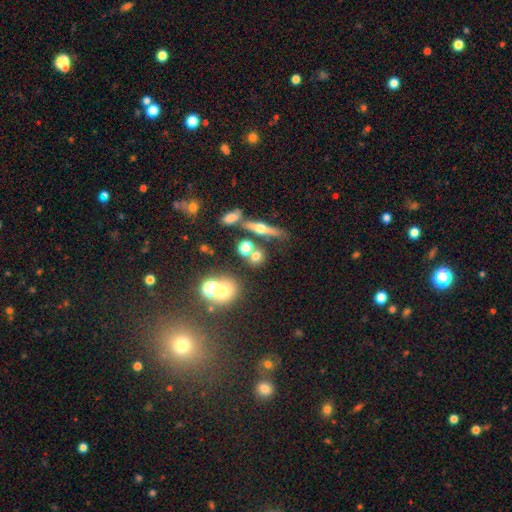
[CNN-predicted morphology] This is possibly a smooth galaxy (58%). How rounded: likely round (68%). Merging: likely none (64%).